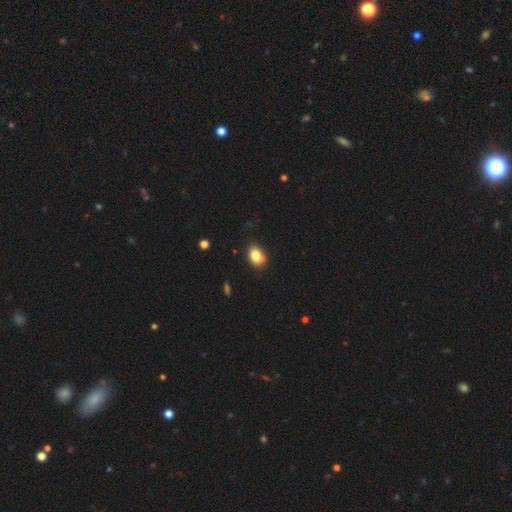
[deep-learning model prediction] Smooth or featured? Predicted: smooth (p=0.82). How rounded? Predicted: in between (p=0.69). Merging? Predicted: none (p=0.78).